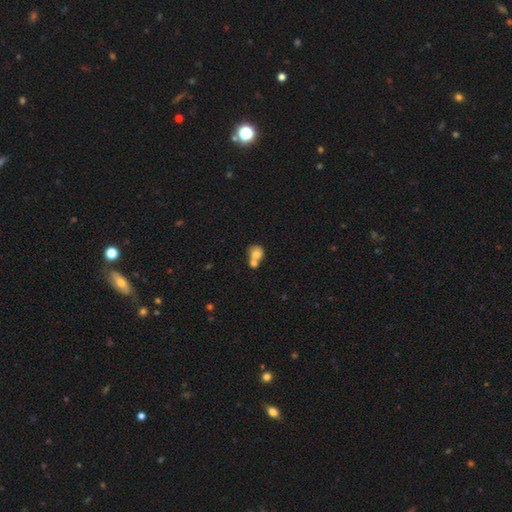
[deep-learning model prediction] The model was most divided on "how rounded": round: 66%, in between: 33%, cigar-shaped: 1%. More confident: smooth or featured — smooth (74%); merging — merger (65%).